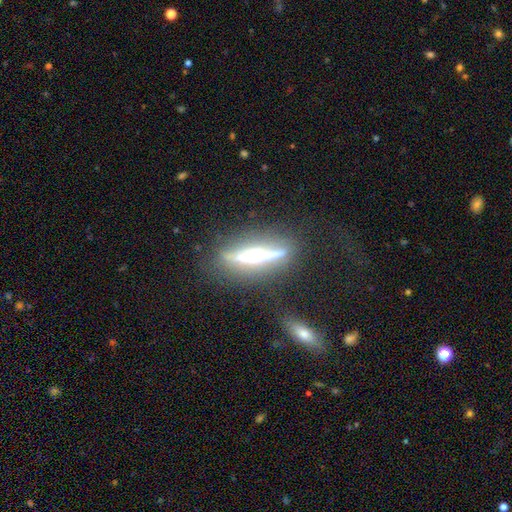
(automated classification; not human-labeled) This appears to be a featured or disk galaxy (80%) viewed edge-on (92%) with a rounded central bulge (90%). Merging: none (78%).